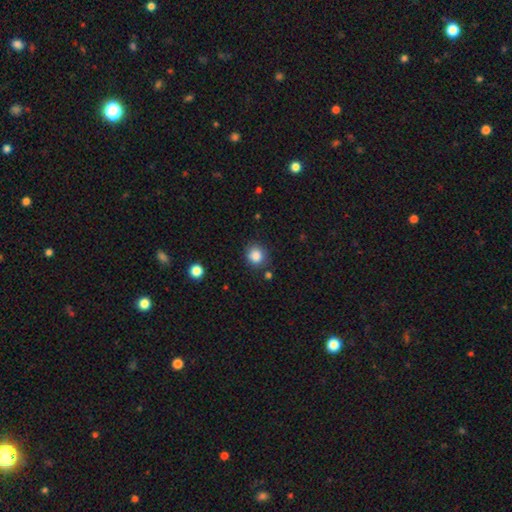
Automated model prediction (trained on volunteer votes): Smooth or featured? smooth (86%)
How rounded? round (82%)
Merging? none (79%)